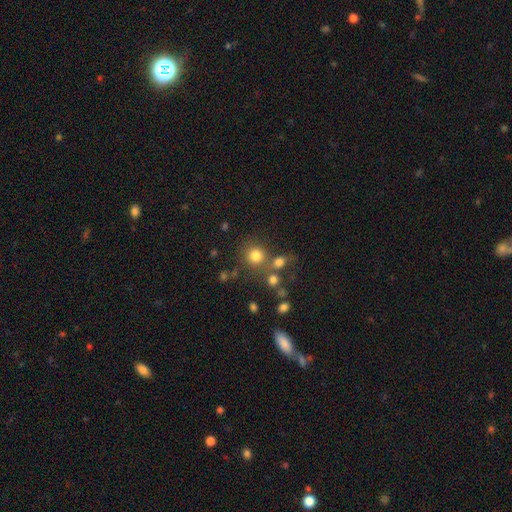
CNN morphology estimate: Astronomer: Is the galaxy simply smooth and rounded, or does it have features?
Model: smooth — 77%.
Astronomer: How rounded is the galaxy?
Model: round — 88%.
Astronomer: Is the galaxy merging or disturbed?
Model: none — 64%.